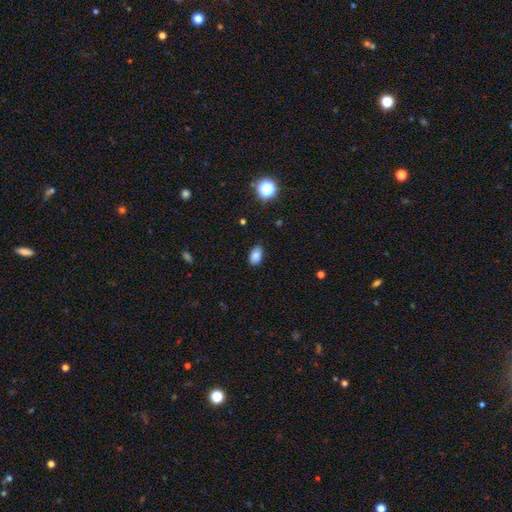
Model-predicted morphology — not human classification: type=smooth (85%); roundness=in between (90%); merging=none (84%).